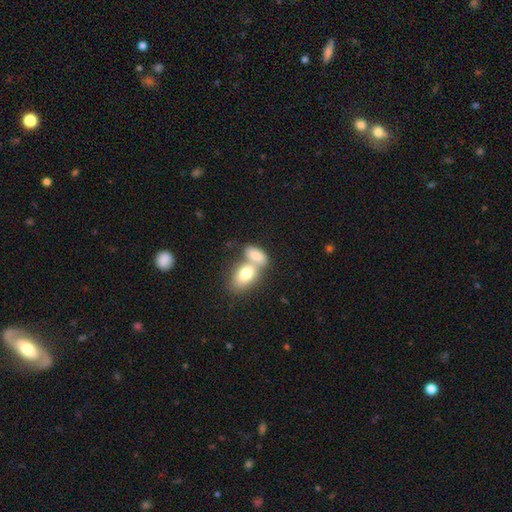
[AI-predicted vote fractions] Smooth or featured? Predicted: smooth (p=0.79). How rounded? Predicted: in between (p=0.88). Merging? Predicted: merger (p=0.66).